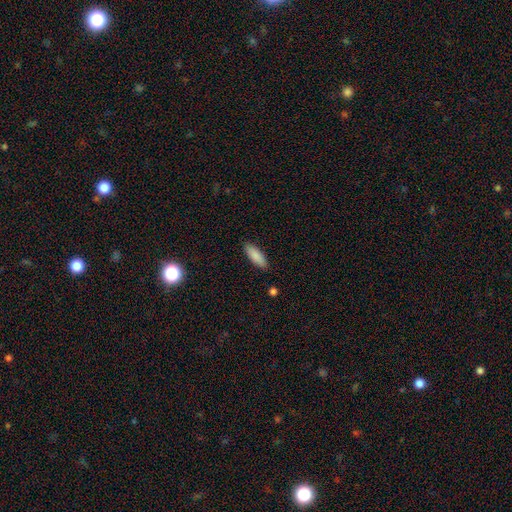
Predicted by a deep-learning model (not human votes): Overall: smooth (87%). How rounded: in between (59%; cigar-shaped 39%). Merging: none (88%).